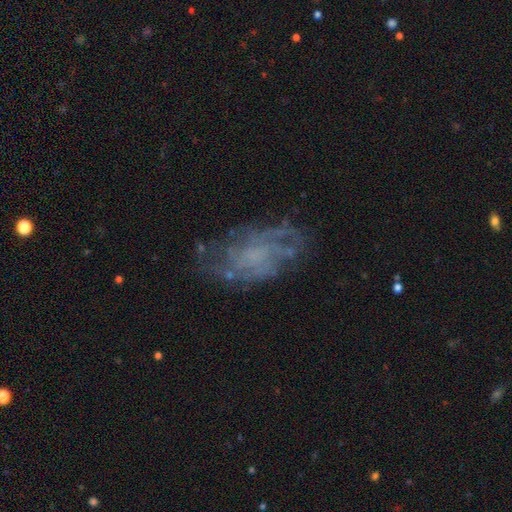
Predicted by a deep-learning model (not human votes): Morphology: type=featured or disk (67%); edge-on=no (95%); bar=no (78%); spiral arms=yes (65%); bulge=none (64%); merging=none (65%).